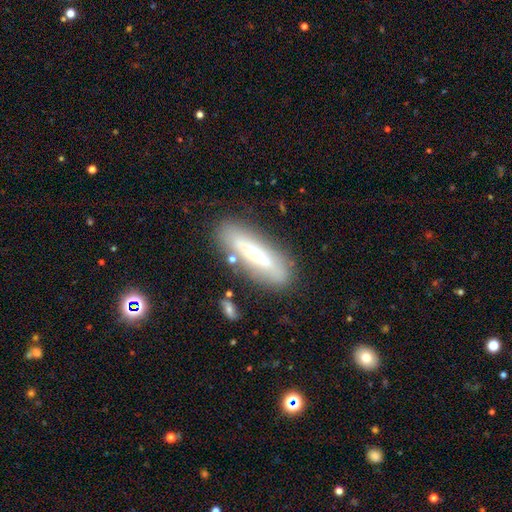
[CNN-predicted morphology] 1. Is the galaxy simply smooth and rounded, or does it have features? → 50% smooth, 41% featured or disk, 9% star or artifact.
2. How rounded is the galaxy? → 64% cigar-shaped, 34% in between, 2% round.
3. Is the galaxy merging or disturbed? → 78% none, 14% minor disturbance, 4% major disturbance, 4% merger.